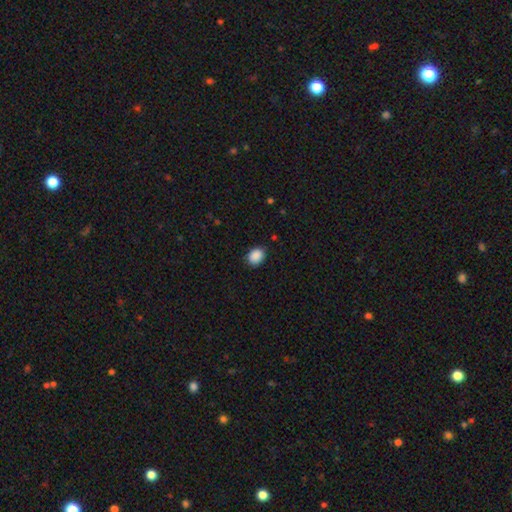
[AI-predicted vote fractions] A smooth galaxy with no disk features (89%) that is in between round and cigar-shaped (54%).

Vote fractions:
- Smooth or featured? smooth: 89% / star or artifact: 8% / featured or disk: 3%
- How rounded? in between: 54% / round: 45% / cigar-shaped: 1%
- Merging? none: 84% / minor disturbance: 12% / major disturbance: 2% / merger: 1%